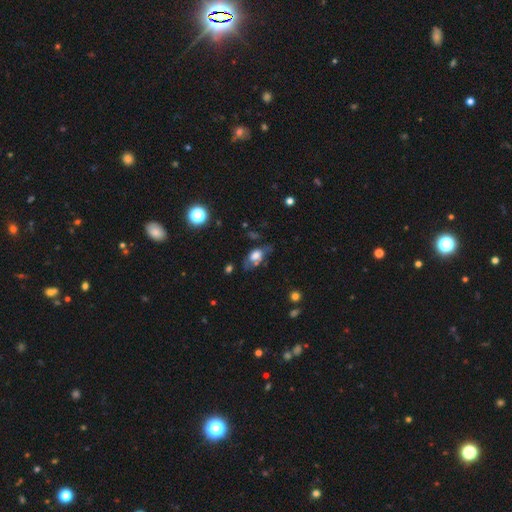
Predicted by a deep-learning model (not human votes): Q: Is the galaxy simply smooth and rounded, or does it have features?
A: smooth — 53%.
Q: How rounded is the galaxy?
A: in between — 80%.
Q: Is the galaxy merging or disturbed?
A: none — 42%.